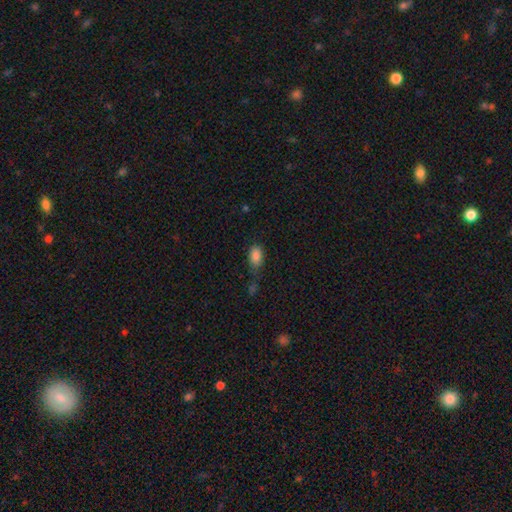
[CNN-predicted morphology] smooth 86%, star or artifact 10%, featured or disk 4%. Down the decision tree: how rounded — in between (89%); merging — none (52%).